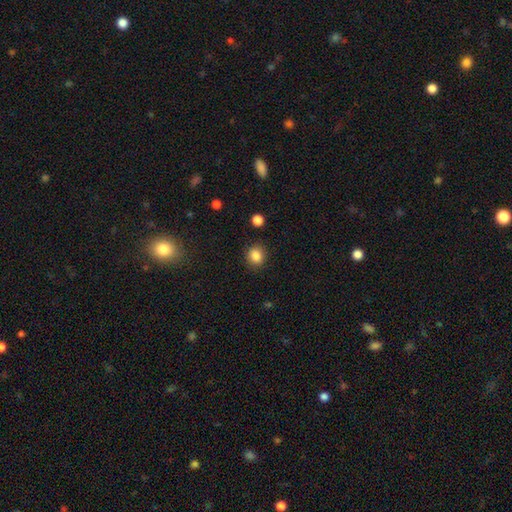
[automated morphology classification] This appears to be a smooth galaxy with no disk features (85%) that is round (78%). Merging: none (87%).